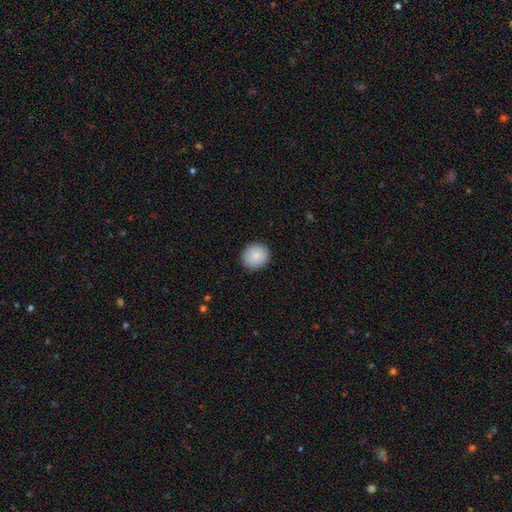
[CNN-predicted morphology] type=smooth (88%); roundness=round (87%); merging=none (91%).